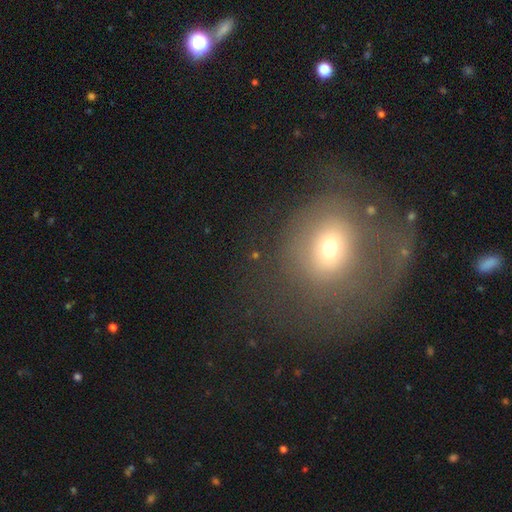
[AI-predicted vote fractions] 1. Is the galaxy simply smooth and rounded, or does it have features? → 53% smooth, 26% star or artifact, 21% featured or disk.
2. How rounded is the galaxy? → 72% round, 26% in between, 2% cigar-shaped.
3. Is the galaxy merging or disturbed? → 69% none, 14% minor disturbance, 12% major disturbance, 5% merger.